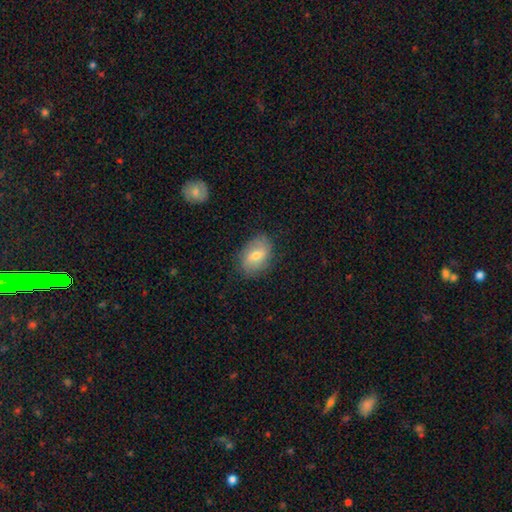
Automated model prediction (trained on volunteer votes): Smooth or featured?
  - smooth: 60% *
  - featured or disk: 32%
  - star or artifact: 8%
How rounded?
  - in between: 82% *
  - round: 16%
  - cigar-shaped: 2%
Merging?
  - none: 81% *
  - minor disturbance: 15%
  - major disturbance: 4%
  - merger: 1%